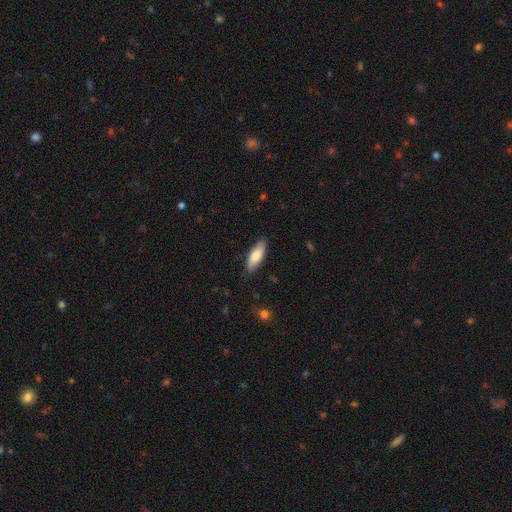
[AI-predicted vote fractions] The model was most divided on "how rounded": in between: 61%, cigar-shaped: 38%, round: 2%. More confident: merging — none (85%); smooth or featured — smooth (77%).